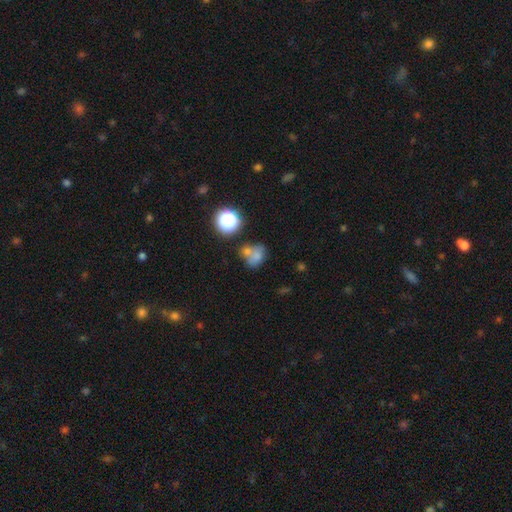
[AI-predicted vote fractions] Smooth or featured? smooth (67%)
How rounded? round (51%)
Merging? merger (44%)